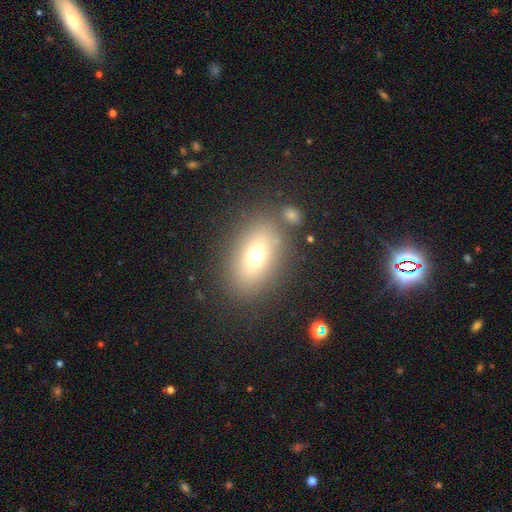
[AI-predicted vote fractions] Morphology: type=smooth (67%); roundness=in between (79%); merging=none (77%).